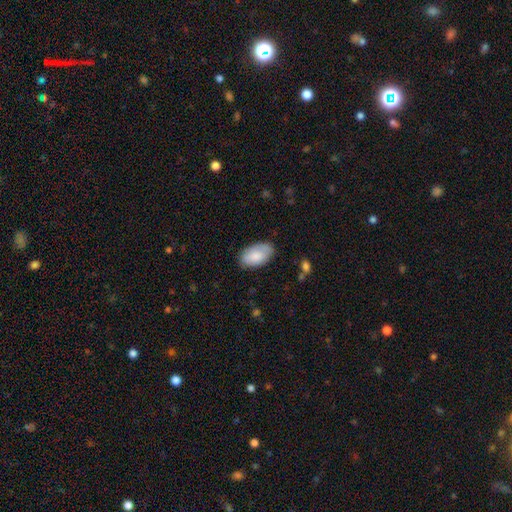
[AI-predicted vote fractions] smooth 79%, featured or disk 15%, star or artifact 6%. Down the decision tree: how rounded — in between (95%); merging — none (76%).